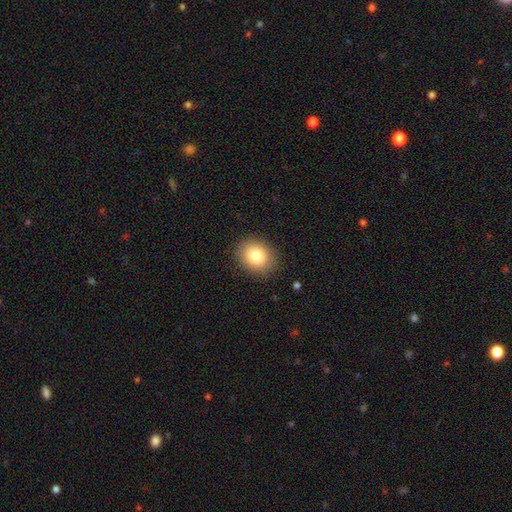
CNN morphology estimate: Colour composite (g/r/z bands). It shows a smooth galaxy with no disk features (82%) that is round (53%). Merging: none (88%).